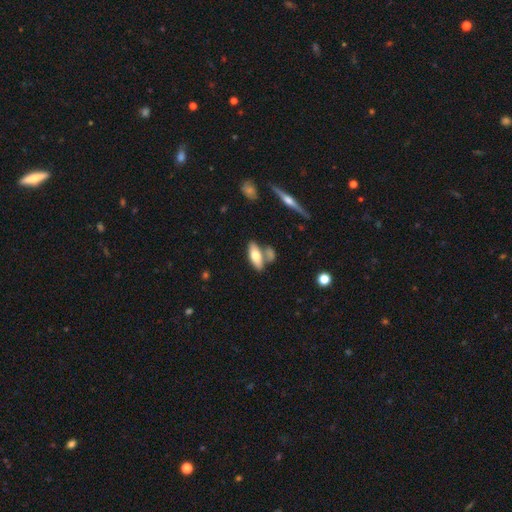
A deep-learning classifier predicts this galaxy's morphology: Smooth or featured? smooth (63%)
How rounded? in between (71%)
Merging? none (61%)